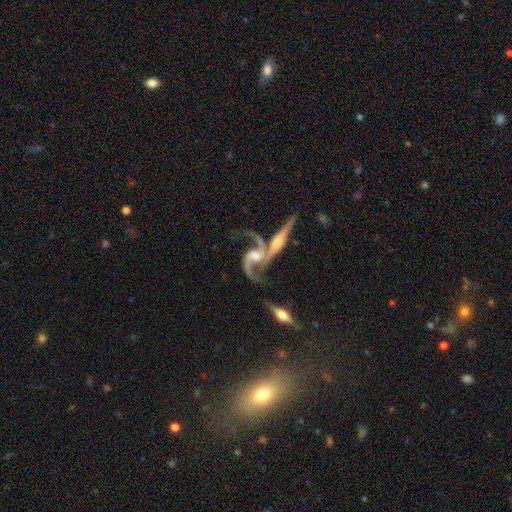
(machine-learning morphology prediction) smooth_or_featured: featured or disk (p=0.89) [alt: smooth p=0.06]
disk_edge_on: no (p=0.86) [alt: yes p=0.14]
bar: no (p=0.52) [alt: weak p=0.36]
has_spiral_arms: yes (p=0.95) [alt: no p=0.05]
spiral_winding: loose (p=0.58) [alt: medium p=0.33]
spiral_arm_count: 2 (p=0.90) [alt: can't tell p=0.03]
bulge_size: moderate (p=0.47) [alt: small p=0.34]
merging: merger (p=0.50) [alt: none p=0.29]